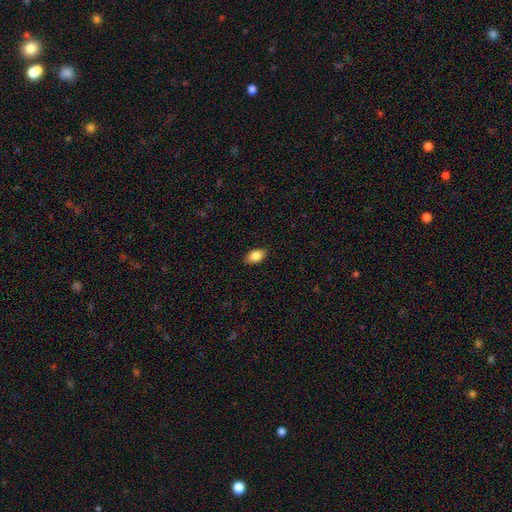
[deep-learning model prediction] smooth_or_featured: smooth (p=0.86) [alt: star or artifact p=0.08]
how_rounded: in between (p=0.90) [alt: round p=0.08]
merging: none (p=0.87) [alt: minor disturbance p=0.10]